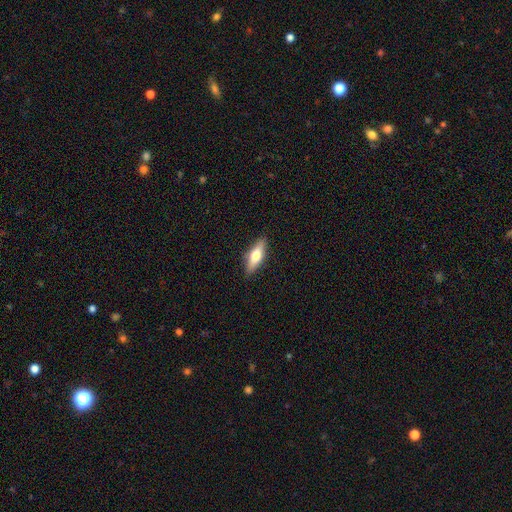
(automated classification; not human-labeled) smooth-or-featured: smooth: 55% | featured or disk: 38% | star or artifact: 6%
  how-rounded: in between: 49% | cigar-shaped: 48% | round: 3%
  merging: none: 88% | minor disturbance: 9% | major disturbance: 2% | merger: 1%